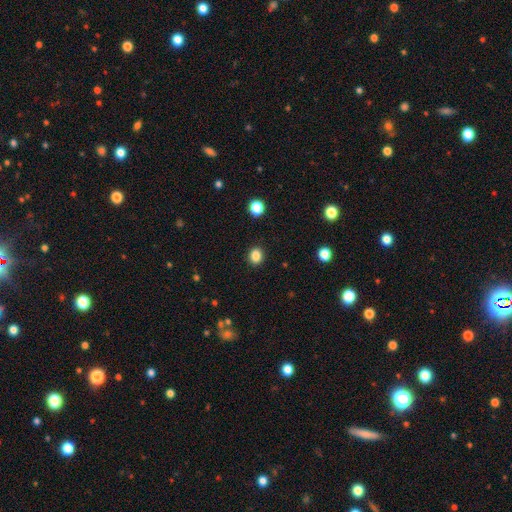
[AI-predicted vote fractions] Q: Smooth or featured?
A: smooth (85%); runner-up: star or artifact (11%)
Q: How rounded?
A: round (67%); runner-up: in between (32%)
Q: Merging?
A: none (90%); runner-up: minor disturbance (6%)